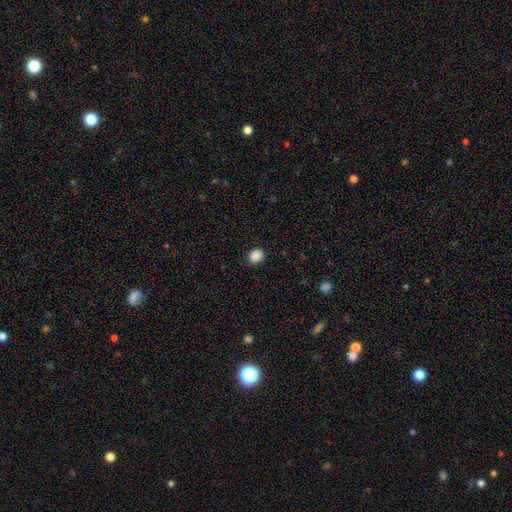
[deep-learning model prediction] smooth_or_featured: smooth (p=0.87) [alt: star or artifact p=0.09]
how_rounded: round (p=0.64) [alt: in between p=0.35]
merging: none (p=0.89) [alt: minor disturbance p=0.08]